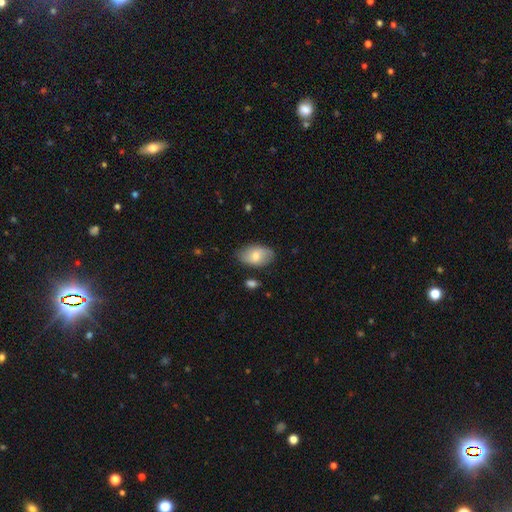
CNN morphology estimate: Smooth or featured? Predicted: smooth (p=0.70). How rounded? Predicted: in between (p=0.92). Merging? Predicted: none (p=0.78).